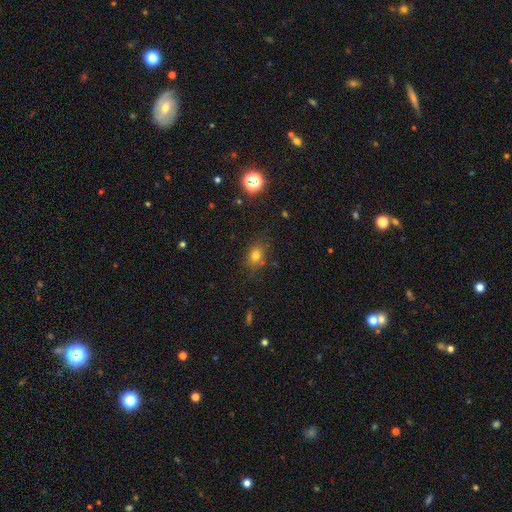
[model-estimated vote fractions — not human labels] Smooth or featured? smooth (74%)
How rounded? in between (53%)
Merging? none (77%)